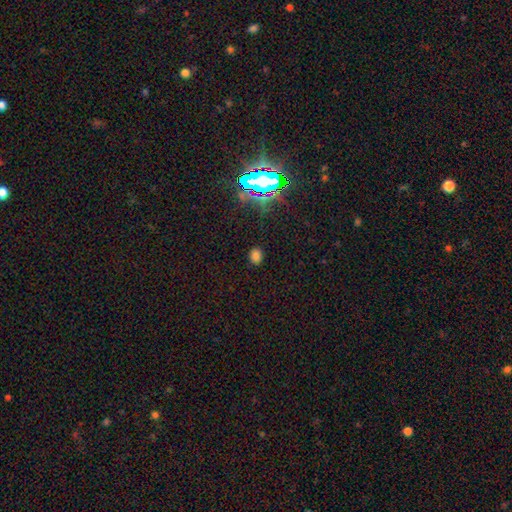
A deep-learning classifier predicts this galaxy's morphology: Overall: smooth (72%). How rounded: in between (52%; round 47%). Merging: none (87%).